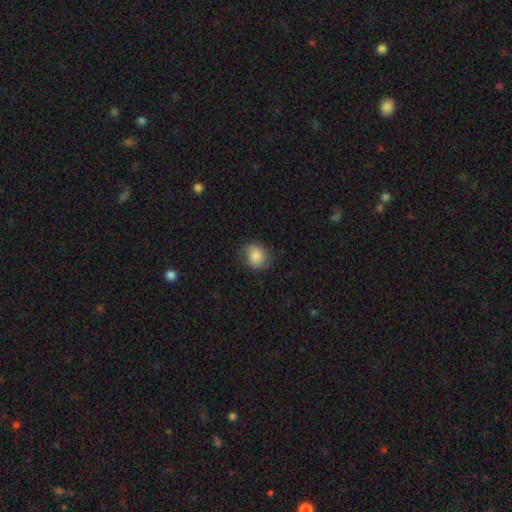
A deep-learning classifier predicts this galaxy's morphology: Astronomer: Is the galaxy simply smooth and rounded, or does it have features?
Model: smooth — 81%.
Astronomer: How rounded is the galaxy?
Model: round — 60% (runner-up: in between, 39%).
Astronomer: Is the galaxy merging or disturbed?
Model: none — 72%.